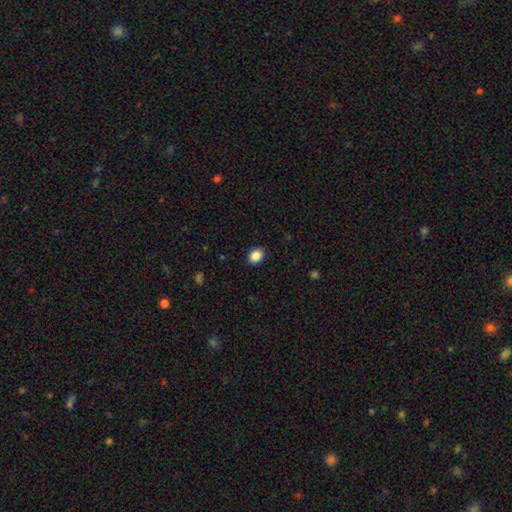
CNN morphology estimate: Smooth or featured?
  - smooth: 88% *
  - star or artifact: 9%
  - featured or disk: 3%
How rounded?
  - in between: 54% *
  - round: 45%
  - cigar-shaped: 1%
Merging?
  - none: 90% *
  - minor disturbance: 7%
  - major disturbance: 2%
  - merger: 1%